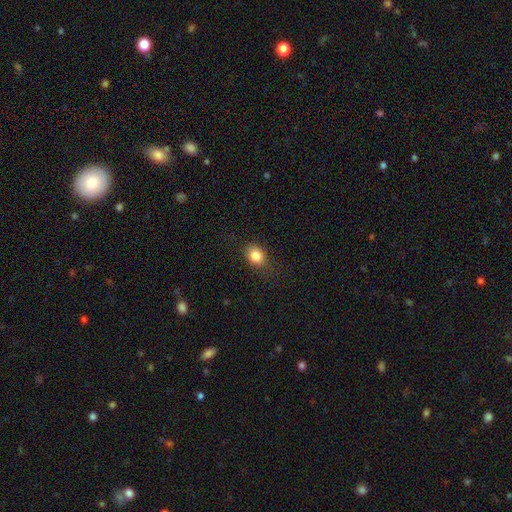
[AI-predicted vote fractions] Smooth or featured? Predicted: smooth (p=0.85). How rounded? Predicted: in between (p=0.55). Merging? Predicted: none (p=0.77).